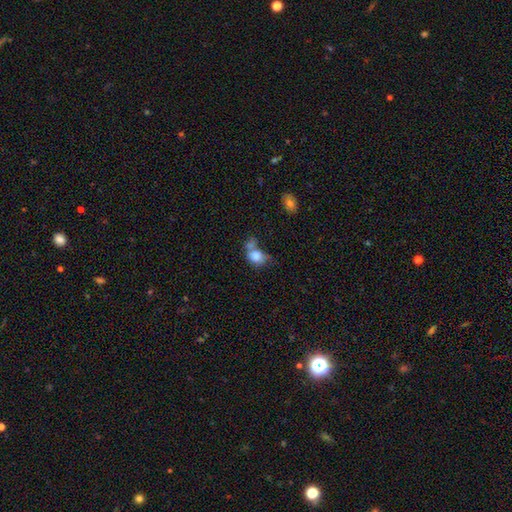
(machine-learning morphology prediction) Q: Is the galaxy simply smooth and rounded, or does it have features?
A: smooth — 78%.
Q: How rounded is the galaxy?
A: in between — 55%.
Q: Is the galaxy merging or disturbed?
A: merger — 47%.